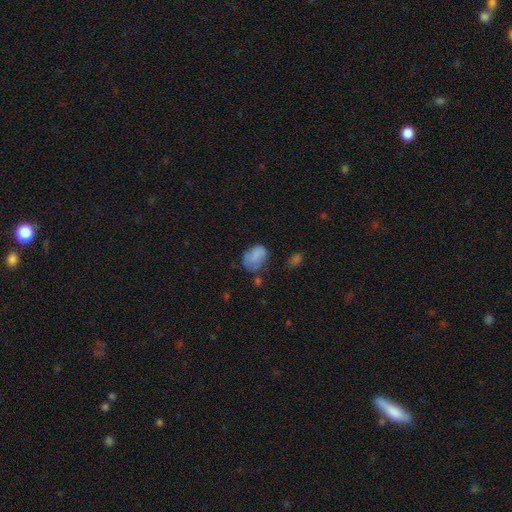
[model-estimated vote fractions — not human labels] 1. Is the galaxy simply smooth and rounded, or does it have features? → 74% smooth, 16% featured or disk, 10% star or artifact.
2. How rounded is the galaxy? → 73% in between, 25% round, 1% cigar-shaped.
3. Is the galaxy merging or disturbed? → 47% none, 32% minor disturbance, 16% major disturbance, 6% merger.